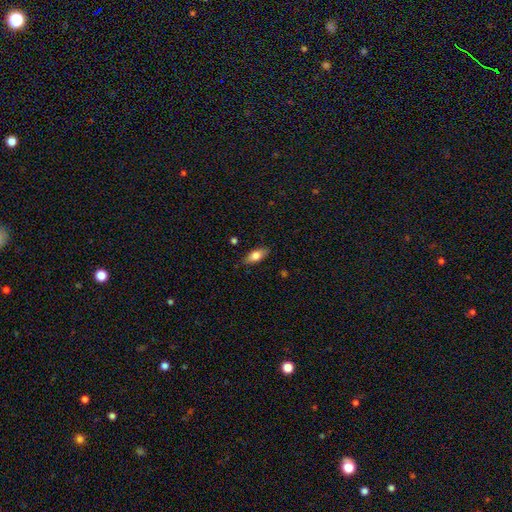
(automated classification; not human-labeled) Smooth or featured?
  - smooth: 72% *
  - featured or disk: 21%
  - star or artifact: 7%
How rounded?
  - in between: 80% *
  - cigar-shaped: 17%
  - round: 3%
Merging?
  - none: 83% *
  - minor disturbance: 13%
  - major disturbance: 3%
  - merger: 1%